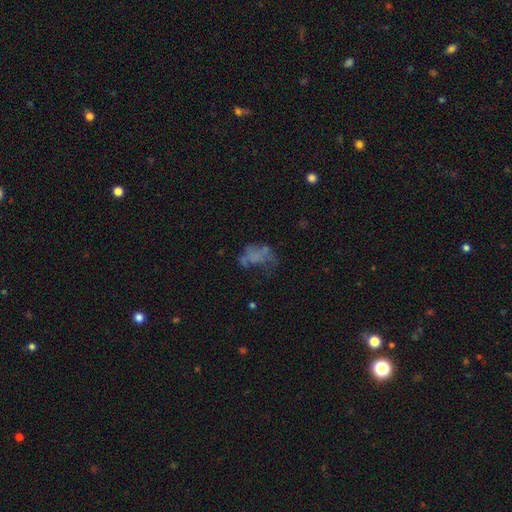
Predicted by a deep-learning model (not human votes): This appears to be a smooth galaxy with no disk features (41%). Merging: major disturbance (40%).